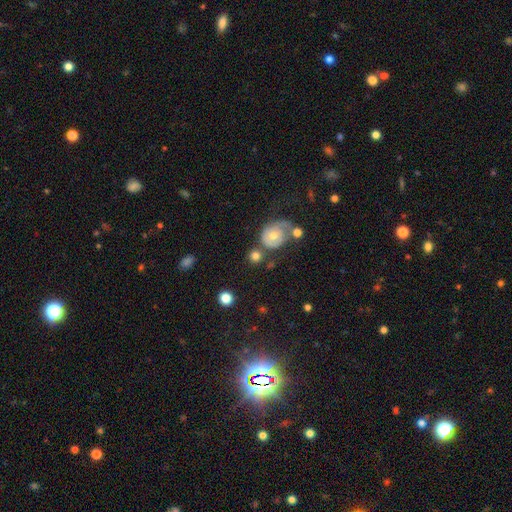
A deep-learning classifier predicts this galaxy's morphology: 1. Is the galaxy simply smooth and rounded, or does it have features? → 68% smooth, 22% featured or disk, 9% star or artifact.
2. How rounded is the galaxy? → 84% round, 14% in between, 1% cigar-shaped.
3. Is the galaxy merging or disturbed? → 62% none, 17% merger, 14% minor disturbance, 7% major disturbance.